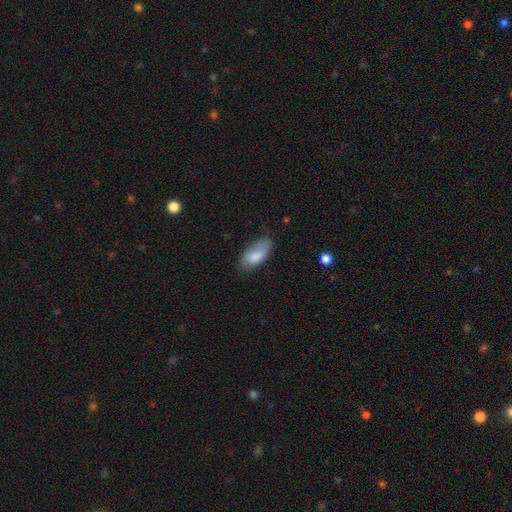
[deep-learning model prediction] Overall: smooth (82%). How rounded: in between (90%). Merging: none (64%; minor disturbance 27%).